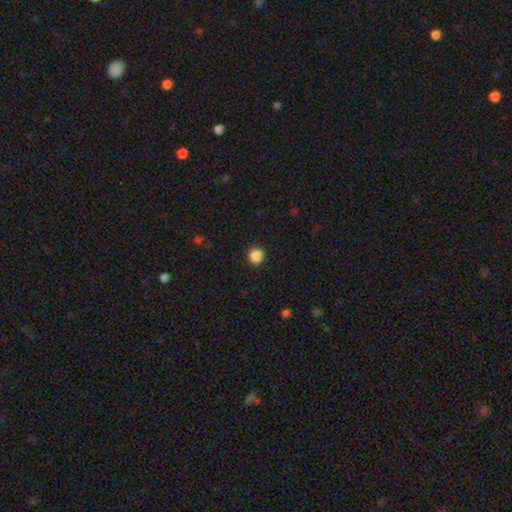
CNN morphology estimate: Overall: smooth (87%). How rounded: round (95%). Merging: none (92%).